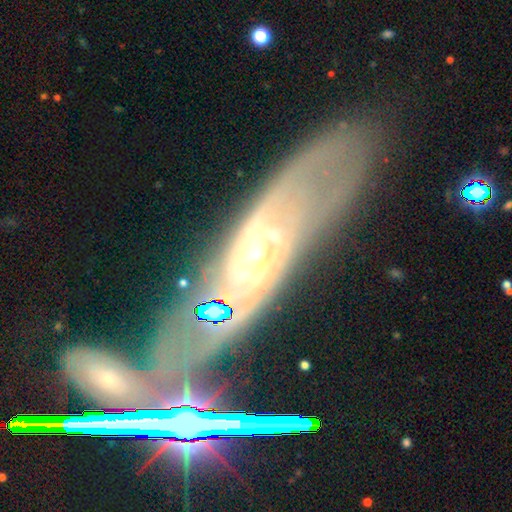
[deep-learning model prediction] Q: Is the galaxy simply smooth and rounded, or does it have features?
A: featured or disk — 73%.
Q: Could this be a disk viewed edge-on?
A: no — 70%.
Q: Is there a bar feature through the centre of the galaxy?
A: no — 63%.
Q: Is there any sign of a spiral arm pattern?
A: yes — 85%.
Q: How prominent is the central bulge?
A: small — 80%.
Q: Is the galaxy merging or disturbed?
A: none — 68%.